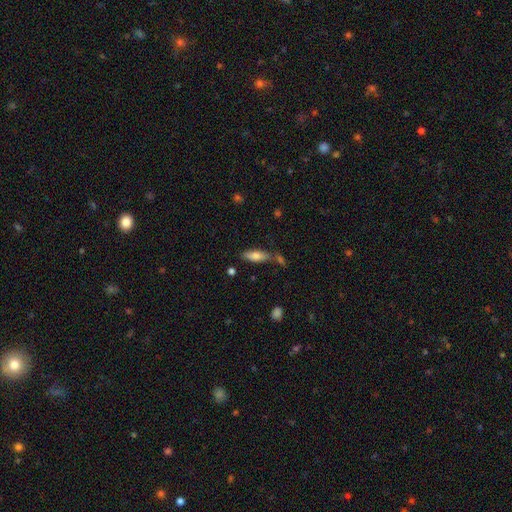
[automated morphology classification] Smooth or featured? smooth (72%)
How rounded? in between (60%)
Merging? none (65%)